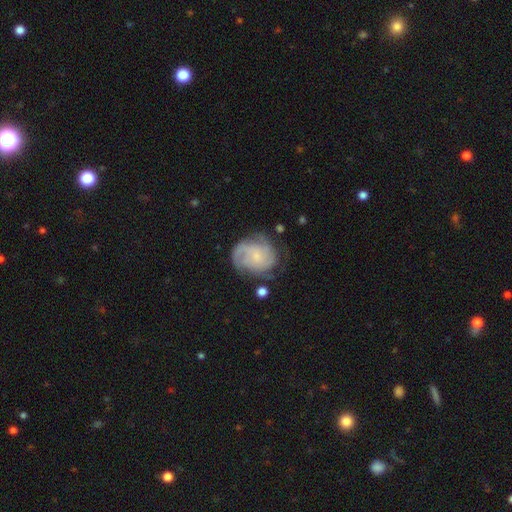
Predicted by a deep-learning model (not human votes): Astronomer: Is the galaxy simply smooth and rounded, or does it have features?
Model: featured or disk — 72%.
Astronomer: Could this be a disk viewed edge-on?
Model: no — 98%.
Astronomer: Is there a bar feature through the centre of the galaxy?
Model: no — 68%.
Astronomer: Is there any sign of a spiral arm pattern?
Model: yes — 91%.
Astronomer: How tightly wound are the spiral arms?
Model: tight — 46% (runner-up: medium, 39%).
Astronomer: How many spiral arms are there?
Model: can't tell — 31% (runner-up: 3, 26%).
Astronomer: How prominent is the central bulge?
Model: small — 62%.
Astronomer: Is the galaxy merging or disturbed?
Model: none — 62%.